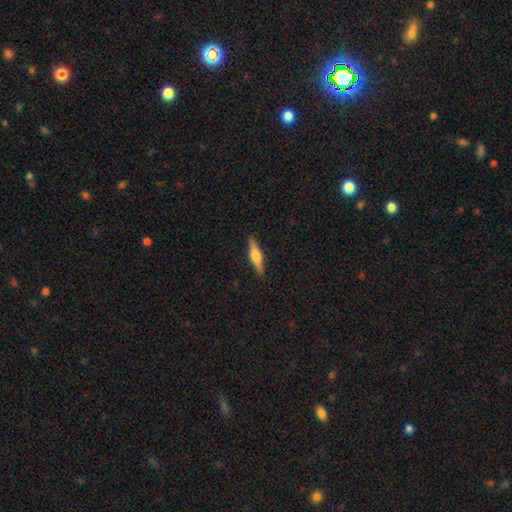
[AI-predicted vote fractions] smooth-or-featured: featured or disk: 63% | smooth: 31% | star or artifact: 6%
  disk-edge-on: yes: 97% | no: 3%
    edge-on-bulge: rounded: 92% | boxy: 6% | none: 2%
  merging: none: 91% | minor disturbance: 7% | major disturbance: 2% | merger: 1%